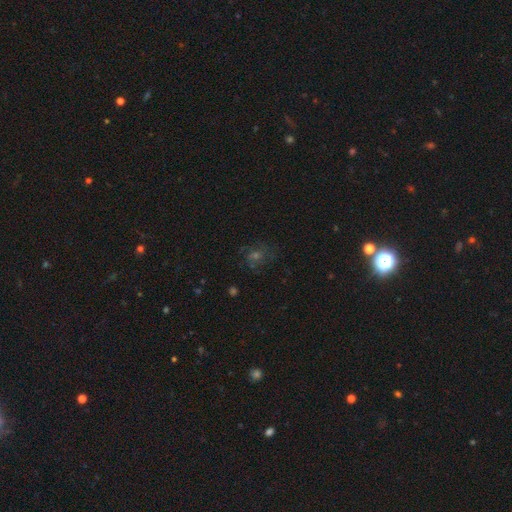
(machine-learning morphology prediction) Q: Smooth or featured?
A: star or artifact (41%); runner-up: featured or disk (31%)